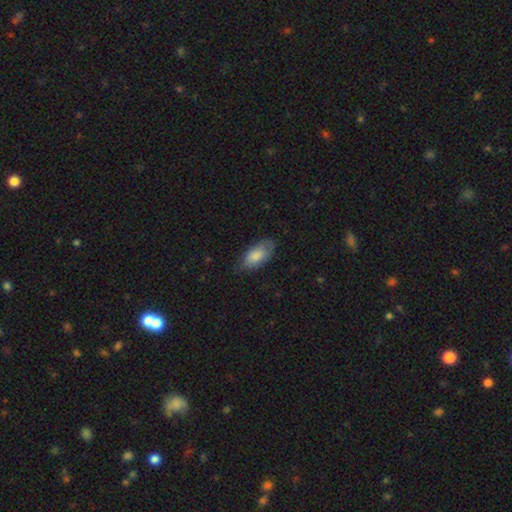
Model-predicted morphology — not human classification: The model was most divided on "merging": none: 70%, minor disturbance: 25%, major disturbance: 5%, merger: 1%. More confident: how rounded — in between (91%); smooth or featured — smooth (80%).